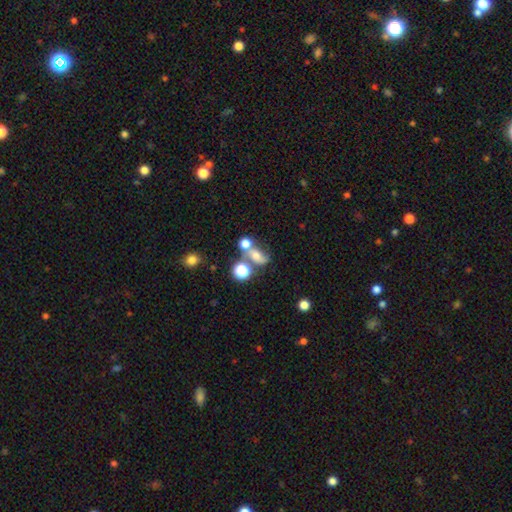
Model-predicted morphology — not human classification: The model was most divided on "merging": merger: 38%, none: 36%, minor disturbance: 15%, major disturbance: 12%. More confident: how rounded — in between (57%); smooth or featured — smooth (53%).